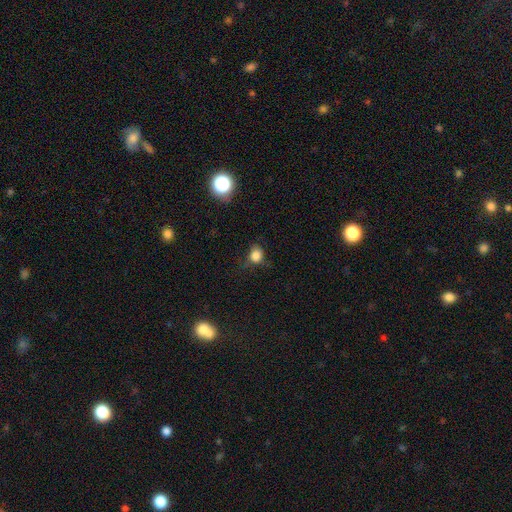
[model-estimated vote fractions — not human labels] Smooth or featured? smooth (82%)
How rounded? round (72%)
Merging? none (63%)